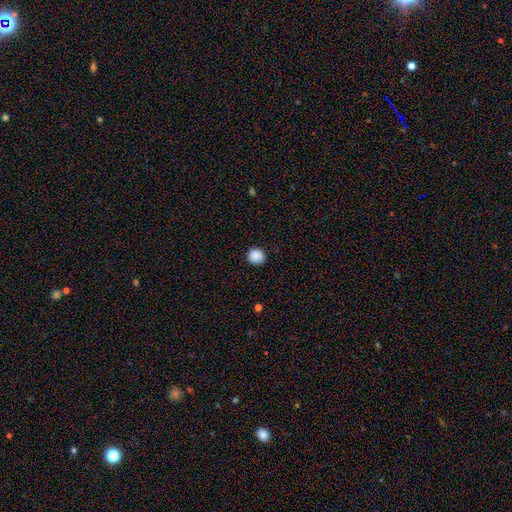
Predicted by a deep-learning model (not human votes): smooth 88%, star or artifact 9%, featured or disk 3%. Down the decision tree: how rounded — round (91%); merging — none (88%).